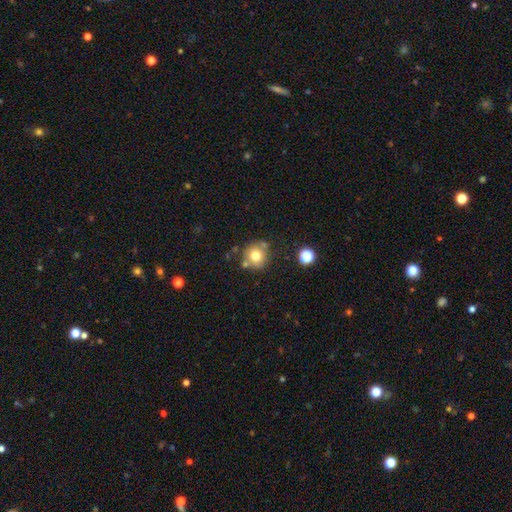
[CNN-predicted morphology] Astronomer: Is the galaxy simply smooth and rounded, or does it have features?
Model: smooth — 75%.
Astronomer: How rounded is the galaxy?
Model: round — 91%.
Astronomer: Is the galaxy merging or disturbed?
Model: none — 73%.